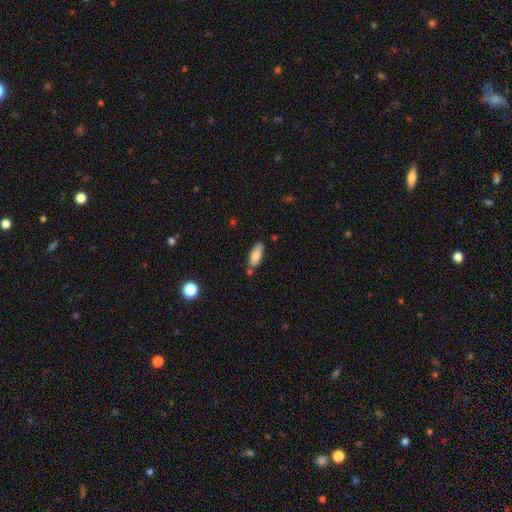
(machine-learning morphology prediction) Smooth or featured: smooth — 81% (featured or disk — 12%)
How rounded: in between — 73% (cigar-shaped — 25%)
Merging: none — 74% (minor disturbance — 15%)